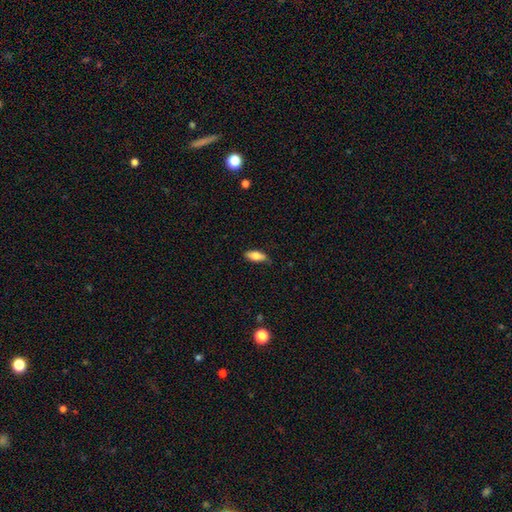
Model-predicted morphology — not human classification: Smooth or featured? smooth (77%)
How rounded? in between (79%)
Merging? none (79%)